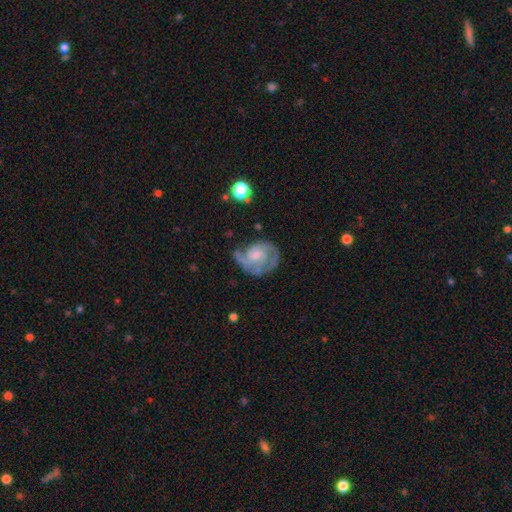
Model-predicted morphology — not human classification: Smooth or featured? featured or disk (80%)
Edge-on disk? no (98%)
Bar? no (65%)
Spiral arms? yes (92%)
Spiral winding? medium (43%)
Spiral arm count? 2 (42%)
Bulge size? small (43%)
Merging? none (53%)